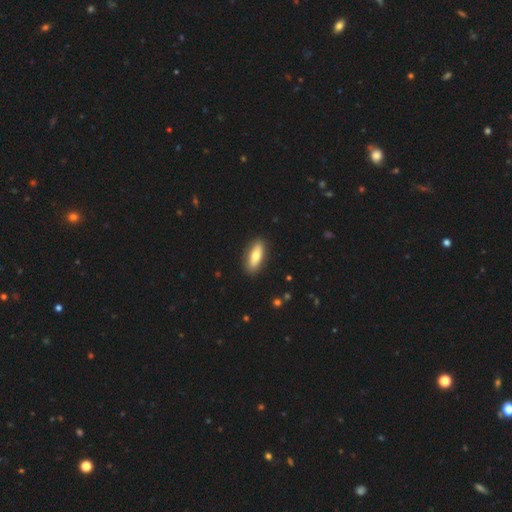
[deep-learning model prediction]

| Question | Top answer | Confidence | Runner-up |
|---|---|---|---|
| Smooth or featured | smooth | 72% | featured or disk (23%) |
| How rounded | in between | 71% | cigar-shaped (26%) |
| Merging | none | 88% | minor disturbance (9%) |